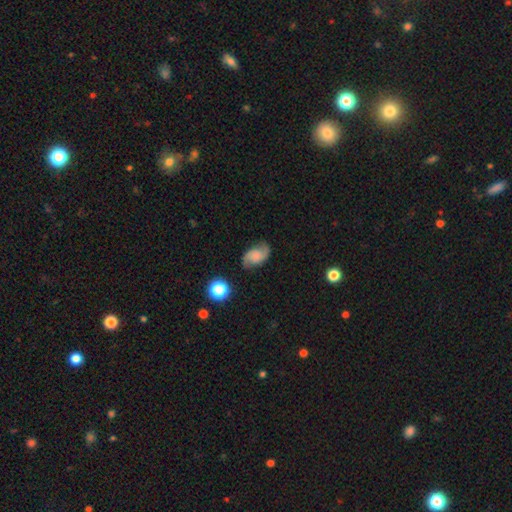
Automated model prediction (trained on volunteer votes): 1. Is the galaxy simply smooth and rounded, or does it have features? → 65% featured or disk, 26% smooth, 9% star or artifact.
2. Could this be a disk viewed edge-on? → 97% no, 3% yes.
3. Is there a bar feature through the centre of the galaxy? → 63% no, 31% weak, 6% strong.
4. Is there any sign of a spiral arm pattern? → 94% yes, 6% no.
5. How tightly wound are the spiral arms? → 44% medium, 39% loose, 17% tight.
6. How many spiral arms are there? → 91% 2, 4% can't tell, 2% 1, 1% 3, 1% 4, 1% more than 4.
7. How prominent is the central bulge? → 48% none, 22% small, 14% moderate, 11% large, 4% dominant.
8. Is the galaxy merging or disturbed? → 76% none, 17% minor disturbance, 5% major disturbance, 2% merger.